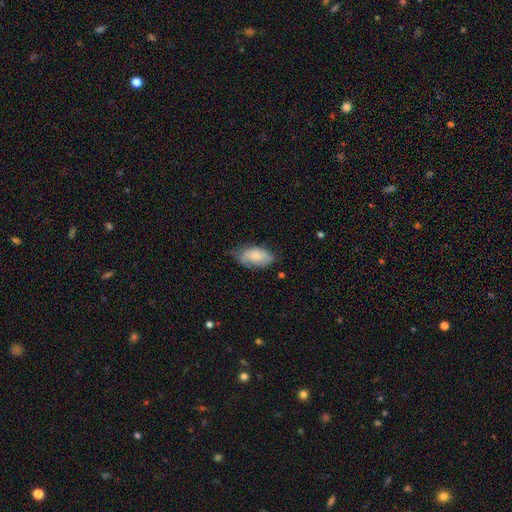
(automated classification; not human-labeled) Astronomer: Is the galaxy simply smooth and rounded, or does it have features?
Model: smooth — 74%.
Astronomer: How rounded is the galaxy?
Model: in between — 94%.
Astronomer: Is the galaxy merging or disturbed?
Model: none — 50% (runner-up: minor disturbance, 36%).